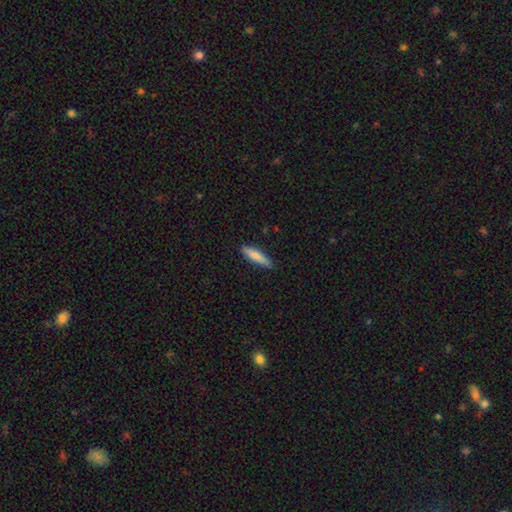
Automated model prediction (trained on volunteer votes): The model was most divided on "how rounded": cigar-shaped: 81%, in between: 18%, round: 1%. More confident: merging — none (83%); smooth or featured — smooth (81%).